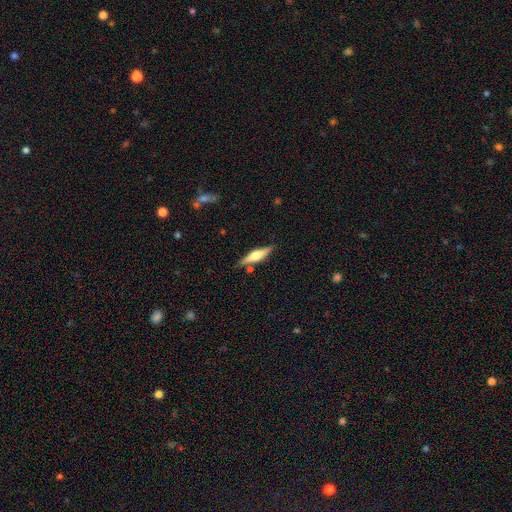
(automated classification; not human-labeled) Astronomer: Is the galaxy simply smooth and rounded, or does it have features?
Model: featured or disk — 56% (runner-up: smooth, 38%).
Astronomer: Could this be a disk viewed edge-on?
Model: yes — 95%.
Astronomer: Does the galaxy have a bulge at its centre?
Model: rounded — 88%.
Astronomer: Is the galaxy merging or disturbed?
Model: none — 82%.